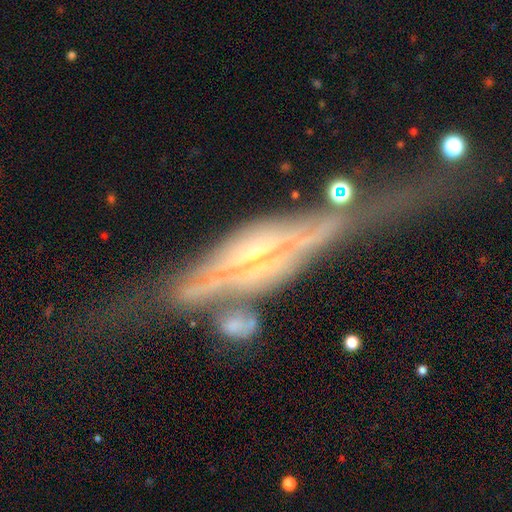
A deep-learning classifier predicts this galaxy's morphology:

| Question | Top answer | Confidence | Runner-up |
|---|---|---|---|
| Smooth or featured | featured or disk | 85% | smooth (8%) |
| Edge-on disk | yes | 84% | no (16%) |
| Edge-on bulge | rounded | 57% | boxy (28%) |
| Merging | none | 54% | minor disturbance (21%) |